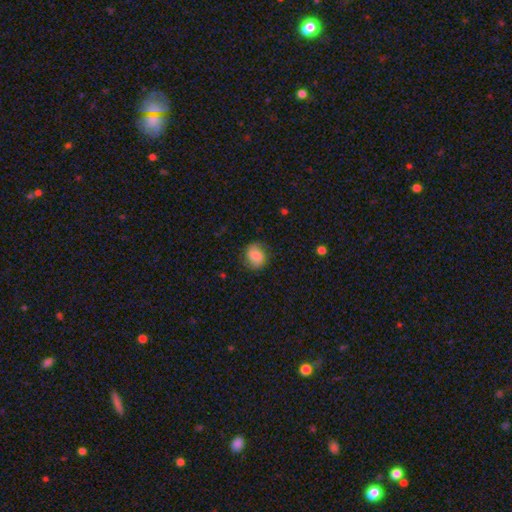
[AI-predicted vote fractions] Overall: smooth (68%). How rounded: round (59%; in between 40%). Merging: none (76%).